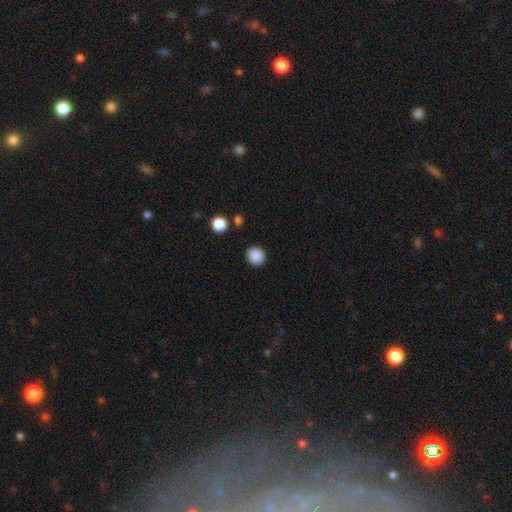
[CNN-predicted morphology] Smooth or featured? Predicted: smooth (p=0.88). How rounded? Predicted: round (p=0.86). Merging? Predicted: none (p=0.90).